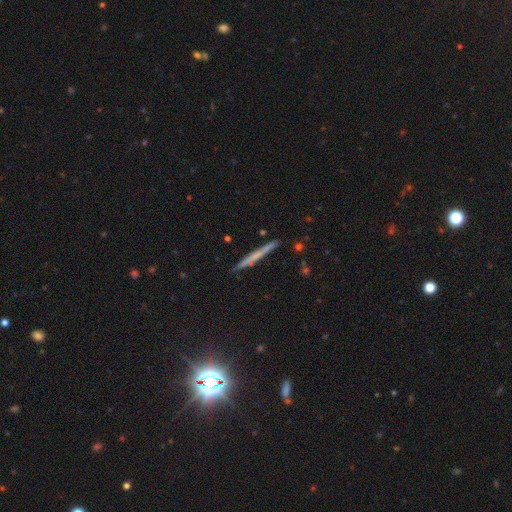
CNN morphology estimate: A featured or disk galaxy (48%). Merging: none (90%).